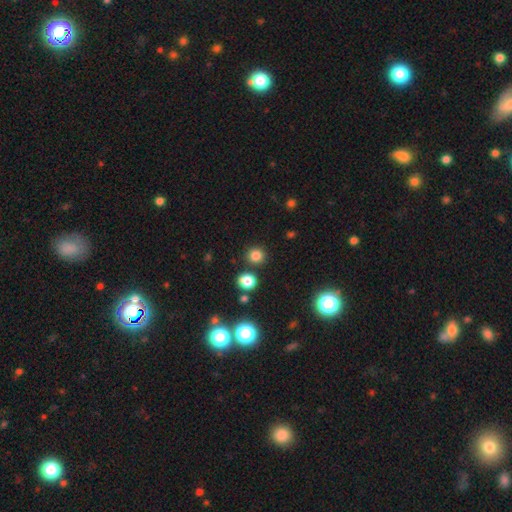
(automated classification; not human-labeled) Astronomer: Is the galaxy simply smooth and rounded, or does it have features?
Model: smooth — 80%.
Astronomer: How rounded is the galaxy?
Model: round — 89%.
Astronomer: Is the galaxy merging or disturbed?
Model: none — 84%.